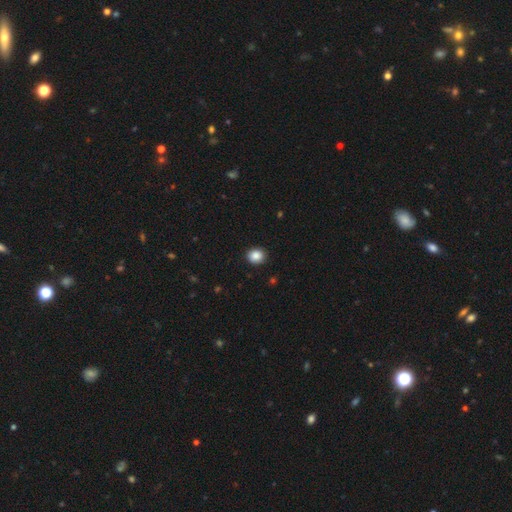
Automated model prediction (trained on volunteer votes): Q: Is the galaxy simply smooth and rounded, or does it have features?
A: smooth — 87%.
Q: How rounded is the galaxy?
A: round — 74%.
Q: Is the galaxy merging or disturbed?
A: none — 91%.